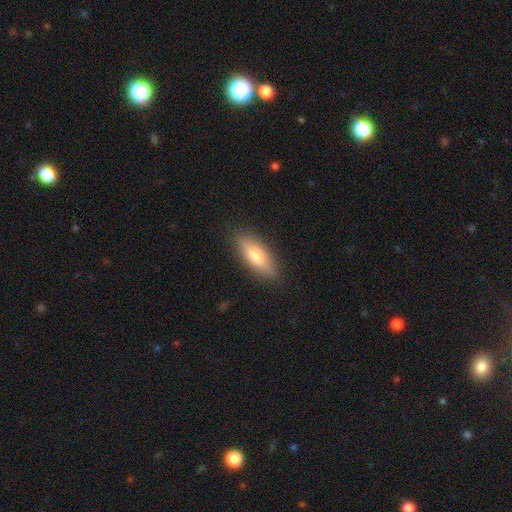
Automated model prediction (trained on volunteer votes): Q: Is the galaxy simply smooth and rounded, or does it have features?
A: smooth — 67%.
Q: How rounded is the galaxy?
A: in between — 58%.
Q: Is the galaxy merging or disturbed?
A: none — 87%.